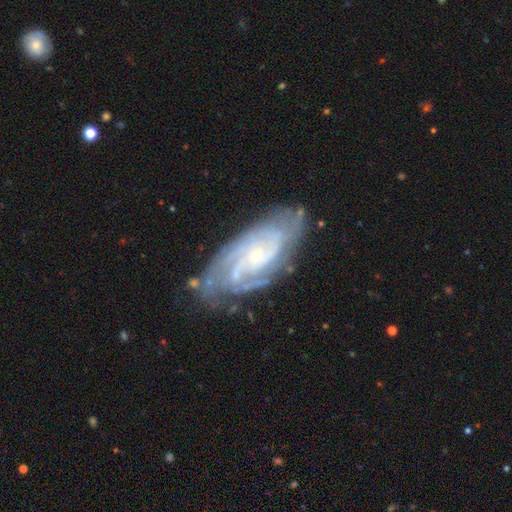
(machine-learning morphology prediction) Smooth or featured?
  - featured or disk: 87% *
  - smooth: 7%
  - star or artifact: 6%
Edge-on disk?
  - no: 94% *
  - yes: 6%
Bar?
  - no: 64% *
  - weak: 29%
  - strong: 7%
Spiral arms?
  - yes: 97% *
  - no: 3%
Spiral winding?
  - tight: 62% *
  - medium: 32%
  - loose: 6%
Spiral arm count?
  - can't tell: 25% *
  - 3: 24%
  - 2: 21%
  - 4: 18%
  - more than 4: 6%
  - 1: 5%
Bulge size?
  - small: 80% *
  - moderate: 13%
  - none: 5%
  - large: 1%
  - dominant: 1%
Merging?
  - none: 73% *
  - minor disturbance: 19%
  - major disturbance: 6%
  - merger: 2%